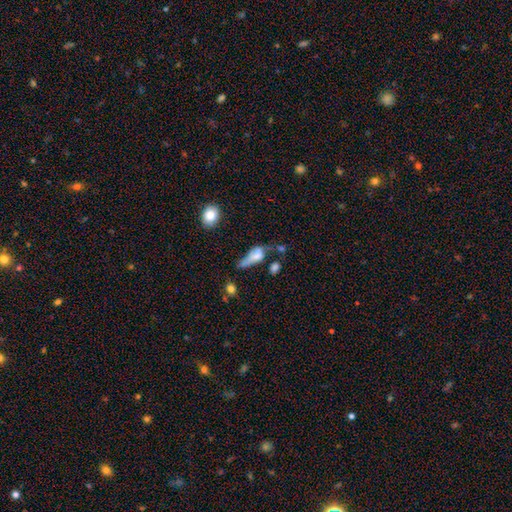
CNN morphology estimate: Smooth or featured? smooth (56%)
How rounded? in between (65%)
Merging? major disturbance (35%)